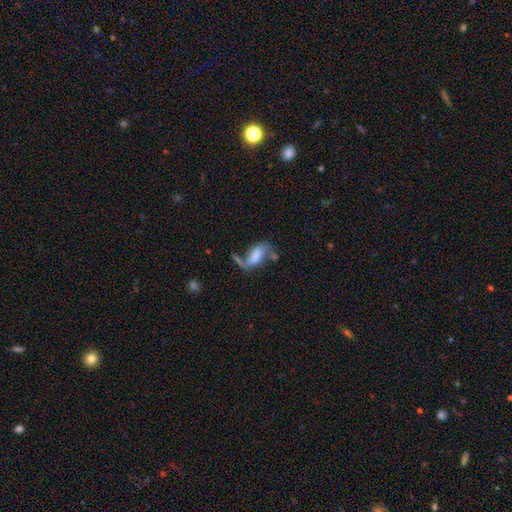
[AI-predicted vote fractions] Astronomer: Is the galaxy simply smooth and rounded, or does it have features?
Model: featured or disk — 51% (runner-up: smooth, 39%).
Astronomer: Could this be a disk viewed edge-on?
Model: no — 91%.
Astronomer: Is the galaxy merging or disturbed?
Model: none — 36% (runner-up: major disturbance, 24%).